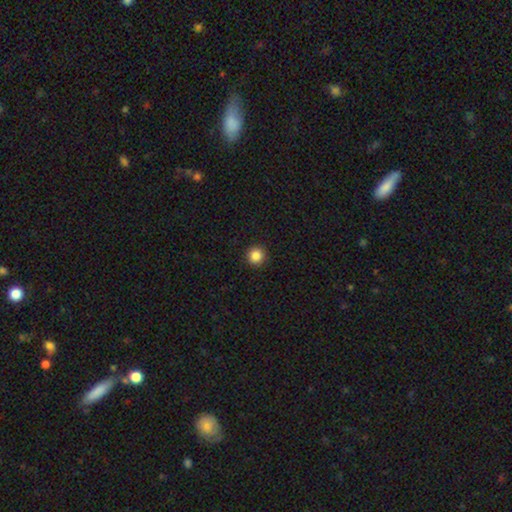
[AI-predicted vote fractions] smooth-or-featured: smooth: 86% | star or artifact: 11% | featured or disk: 3%
  how-rounded: round: 95% | in between: 4% | cigar-shaped: 1%
  merging: none: 93% | minor disturbance: 4% | major disturbance: 2% | merger: 1%